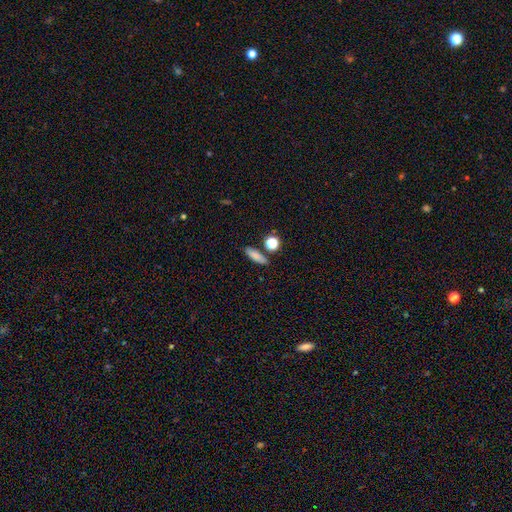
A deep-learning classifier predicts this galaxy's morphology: smooth-or-featured: smooth: 81% | star or artifact: 10% | featured or disk: 9%
  how-rounded: cigar-shaped: 46% (tied) | in between: 46% (tied) | round: 8%
  merging: none: 79% | minor disturbance: 10% | merger: 7% | major disturbance: 3%